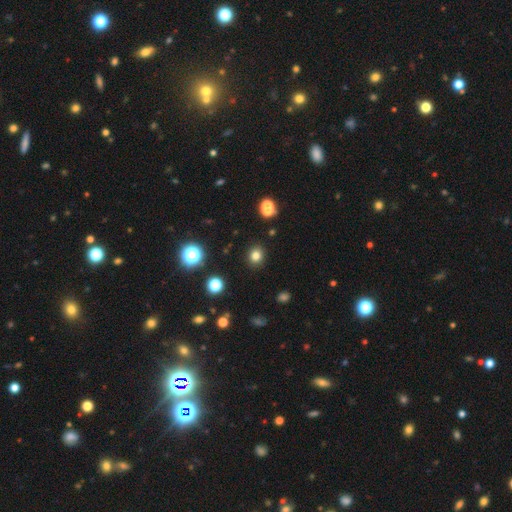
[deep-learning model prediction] Overall: smooth (80%). How rounded: round (79%). Merging: none (89%).